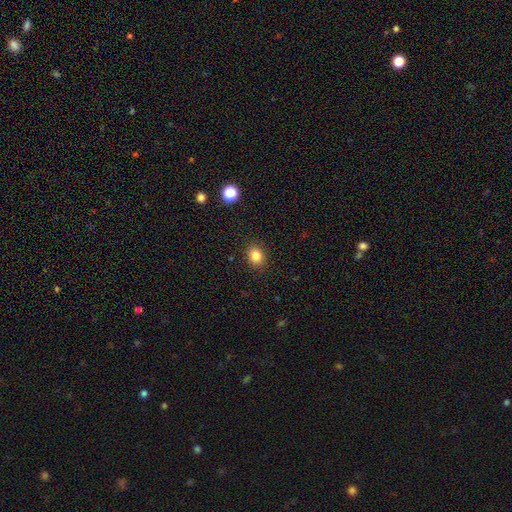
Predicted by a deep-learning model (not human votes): Smooth or featured? smooth (83%)
How rounded? round (50%)
Merging? none (89%)